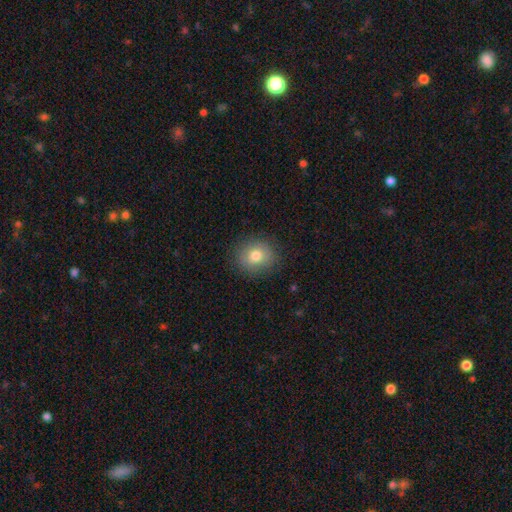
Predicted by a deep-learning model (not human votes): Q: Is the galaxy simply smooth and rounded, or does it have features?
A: smooth — 79%.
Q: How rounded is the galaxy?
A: round — 77%.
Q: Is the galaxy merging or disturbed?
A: none — 87%.